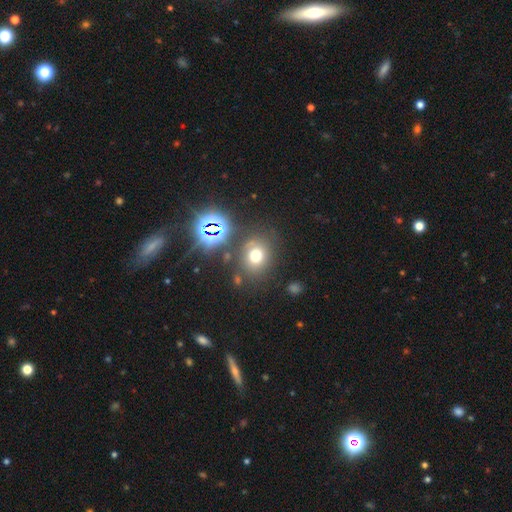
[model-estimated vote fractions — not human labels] Smooth or featured? Predicted: smooth (p=0.64). How rounded? Predicted: round (p=0.65). Merging? Predicted: none (p=0.75).